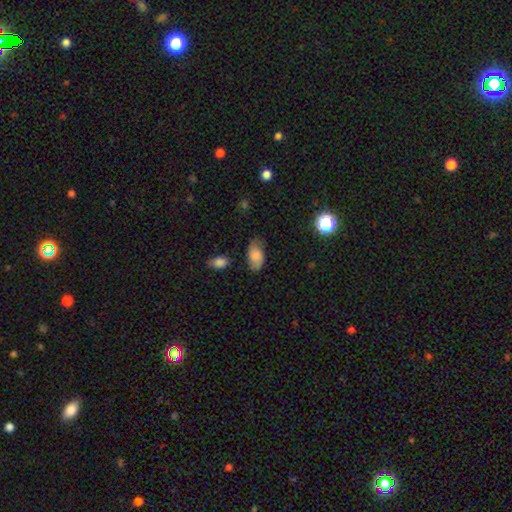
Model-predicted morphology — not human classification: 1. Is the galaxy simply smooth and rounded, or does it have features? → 74% smooth, 18% featured or disk, 8% star or artifact.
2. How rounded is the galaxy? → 93% in between, 5% round, 2% cigar-shaped.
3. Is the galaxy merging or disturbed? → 67% none, 25% minor disturbance, 6% major disturbance, 2% merger.